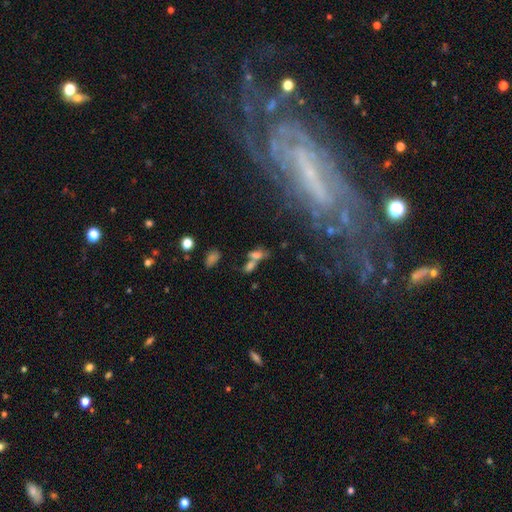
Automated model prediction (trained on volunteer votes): Morphology: type=smooth (66%); roundness=in between (76%); merging=merger (56%).